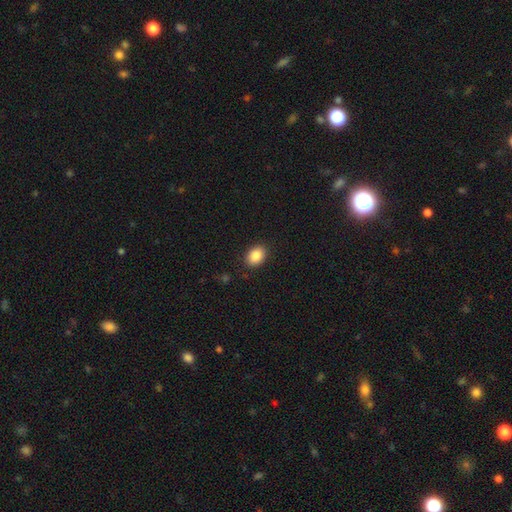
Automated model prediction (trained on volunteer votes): smooth 87%, star or artifact 8%, featured or disk 5%. Down the decision tree: how rounded — in between (74%); merging — none (89%).